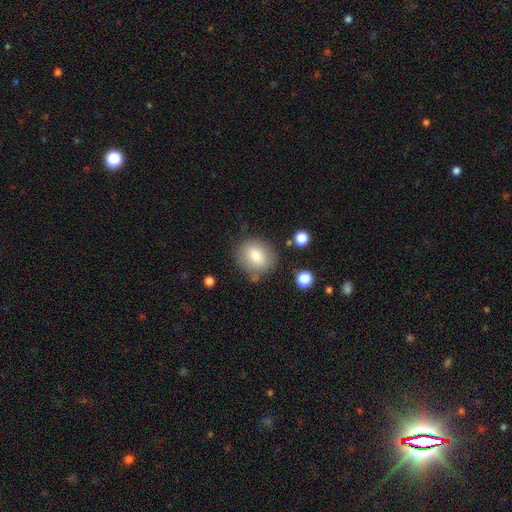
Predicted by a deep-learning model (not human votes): smooth_or_featured: smooth (p=0.79) [alt: featured or disk p=0.12]
how_rounded: round (p=0.70) [alt: in between p=0.29]
merging: none (p=0.78) [alt: minor disturbance p=0.14]